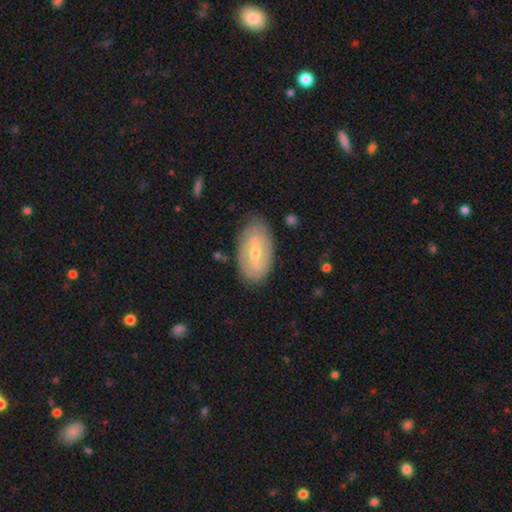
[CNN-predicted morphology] smooth-or-featured: featured or disk: 56% | smooth: 29% | star or artifact: 15%
  disk-edge-on: no: 90% | yes: 10%
    bar: weak: 43% | no: 42% | strong: 15%
    has-spiral-arms: yes: 64% | no: 36%
    bulge-size: small: 55% | moderate: 42% | large: 1% | none: 1% | dominant: 1%
  merging: none: 82% | minor disturbance: 13% | major disturbance: 3% | merger: 1%